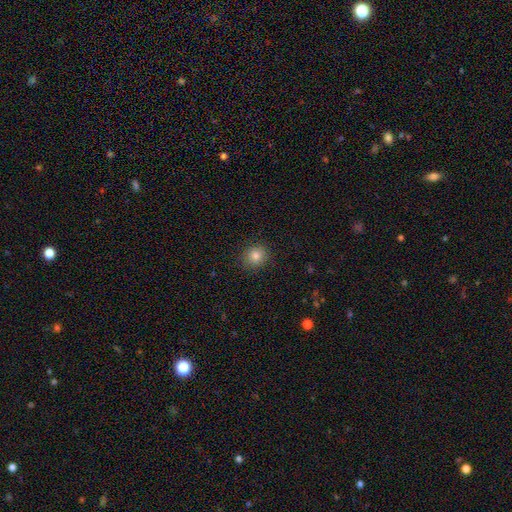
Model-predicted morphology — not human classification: smooth_or_featured: smooth (p=0.82) [alt: star or artifact p=0.12]
how_rounded: round (p=0.85) [alt: in between p=0.14]
merging: none (p=0.89) [alt: minor disturbance p=0.08]